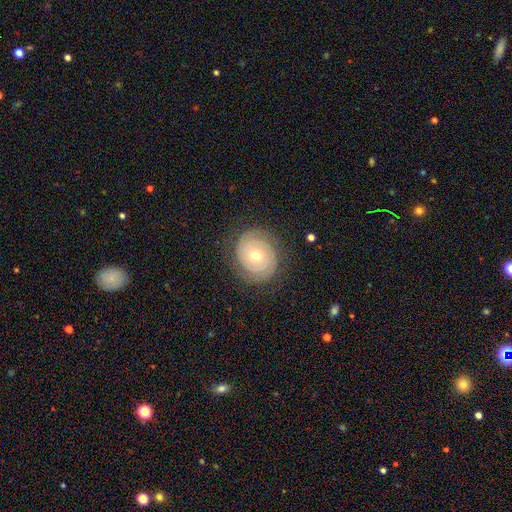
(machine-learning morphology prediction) Smooth or featured?
  - featured or disk: 70% *
  - smooth: 22%
  - star or artifact: 8%
Edge-on disk?
  - no: 97% *
  - yes: 3%
Bar?
  - no: 77% *
  - weak: 18%
  - strong: 5%
Spiral arms?
  - yes: 85% *
  - no: 15%
Spiral winding?
  - tight: 80% *
  - medium: 16%
  - loose: 5%
Spiral arm count?
  - 2: 56% *
  - can't tell: 26%
  - 3: 7%
  - 1: 4%
  - 4: 3%
  - more than 4: 3%
Bulge size?
  - moderate: 51% *
  - small: 46%
  - large: 2%
  - dominant: 1%
  - none: 1%
Merging?
  - none: 81% *
  - minor disturbance: 12%
  - major disturbance: 5%
  - merger: 1%